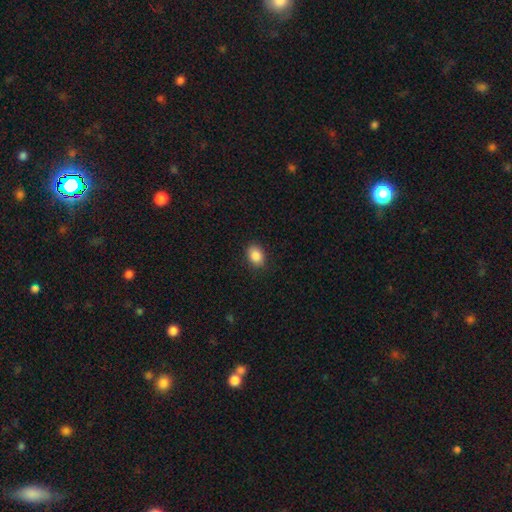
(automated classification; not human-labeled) Smooth or featured?
  - smooth: 88% *
  - star or artifact: 8%
  - featured or disk: 4%
How rounded?
  - in between: 71% *
  - round: 28%
  - cigar-shaped: 1%
Merging?
  - none: 88% *
  - minor disturbance: 9%
  - major disturbance: 2%
  - merger: 1%